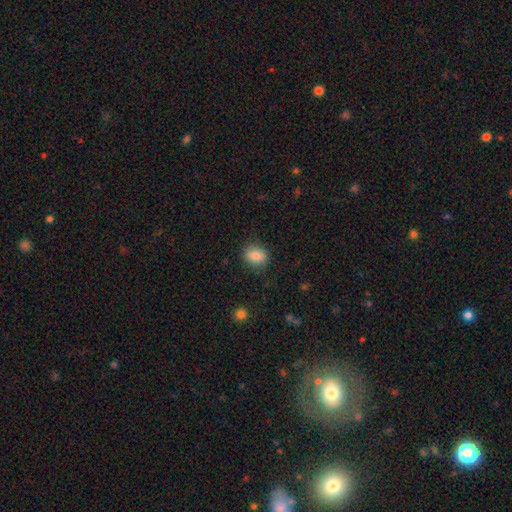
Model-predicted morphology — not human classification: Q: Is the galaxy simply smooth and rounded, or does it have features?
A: smooth — 83%.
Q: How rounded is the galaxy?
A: round — 52%.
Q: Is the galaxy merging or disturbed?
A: none — 84%.